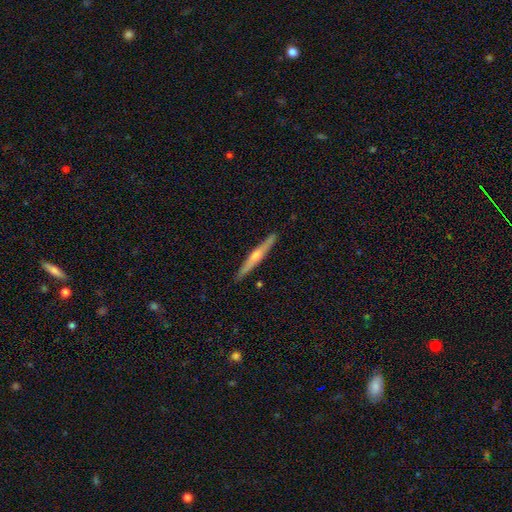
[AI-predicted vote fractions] This appears to be a featured or disk galaxy (67%) viewed edge-on (98%) with a rounded central bulge (80%). Merging: none (91%).